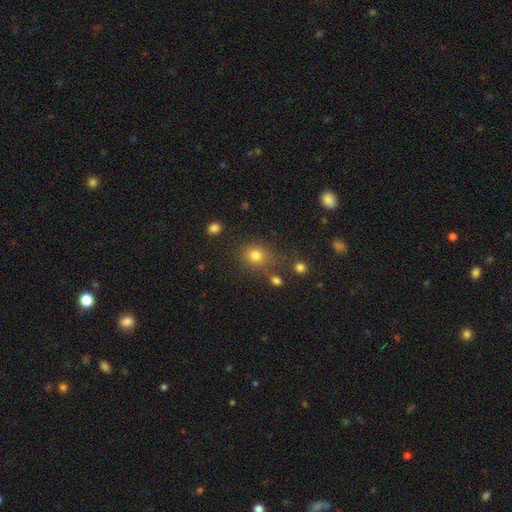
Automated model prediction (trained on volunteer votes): A smooth galaxy with no disk features (79%) that is round (71%). Merging: none (70%).